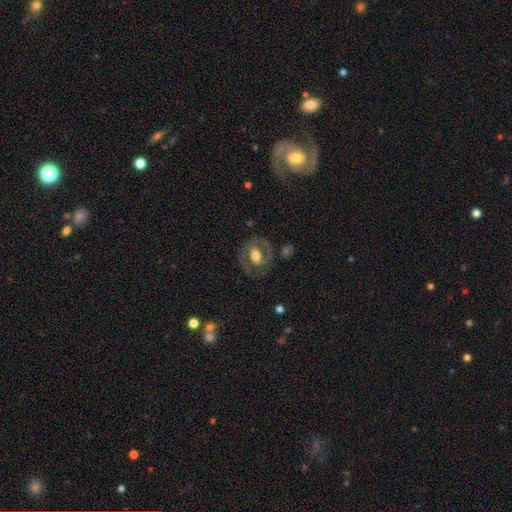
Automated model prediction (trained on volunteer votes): This appears to be a featured or disk galaxy (67%) with no bar (41%), spiral arms (60%) and a moderate central bulge (59%). Merging: none (74%).